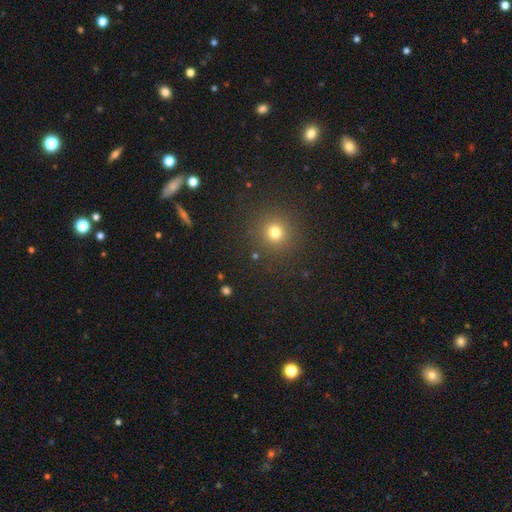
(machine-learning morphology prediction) smooth 67%, star or artifact 26%, featured or disk 7%. Down the decision tree: how rounded — round (94%); merging — none (90%).